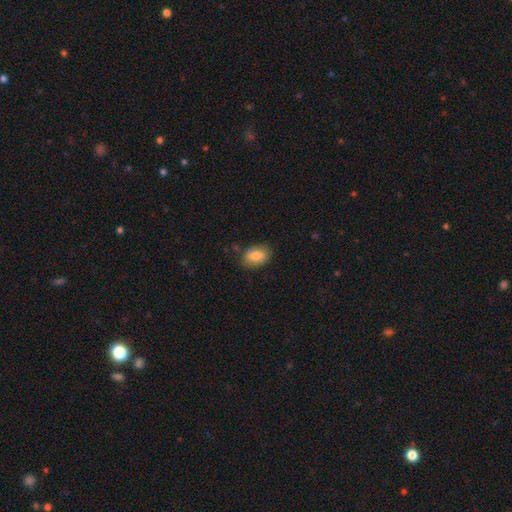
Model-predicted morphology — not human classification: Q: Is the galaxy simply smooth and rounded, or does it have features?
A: smooth — 84%.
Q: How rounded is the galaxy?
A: in between — 83%.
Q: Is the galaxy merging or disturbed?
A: none — 80%.